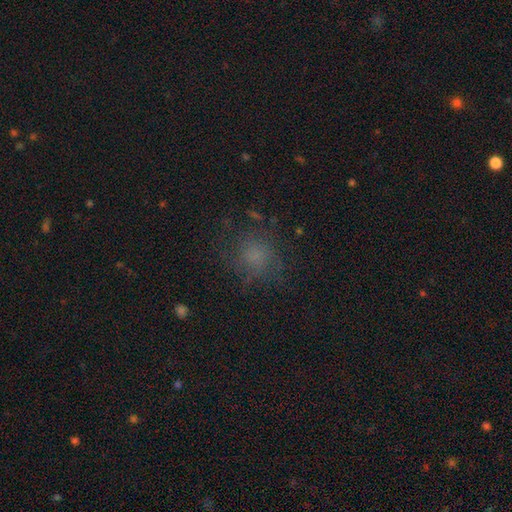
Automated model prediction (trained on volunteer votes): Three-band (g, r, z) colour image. It shows a smooth galaxy with no disk features (64%) that is round (80%). Merging: none (70%).